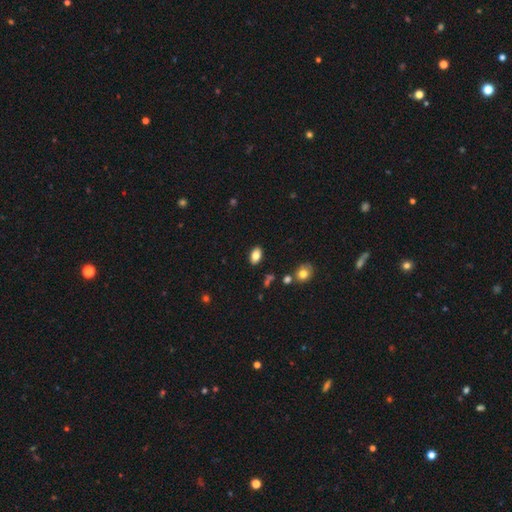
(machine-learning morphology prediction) type=smooth (81%); roundness=in between (90%); merging=none (87%).